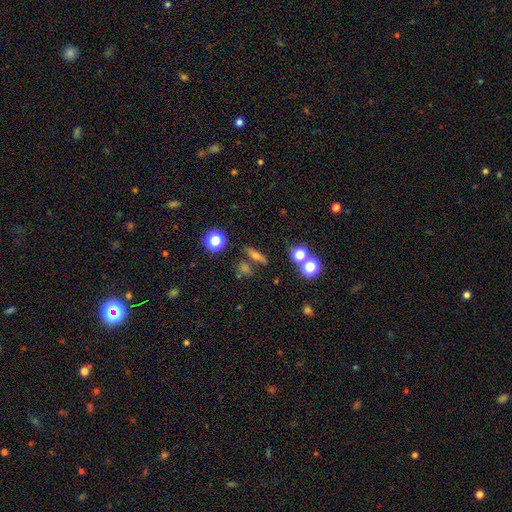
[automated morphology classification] This is possibly a smooth galaxy (51%). How rounded: possibly cigar-shaped (51%). Merging: likely none (77%).